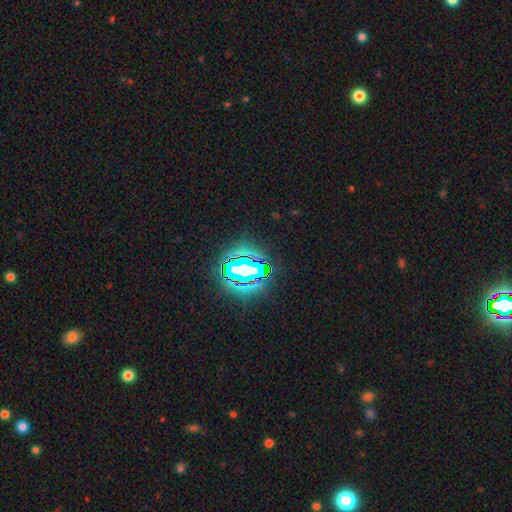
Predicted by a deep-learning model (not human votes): Smooth or featured?
  - star or artifact: 84% *
  - smooth: 10%
  - featured or disk: 6%